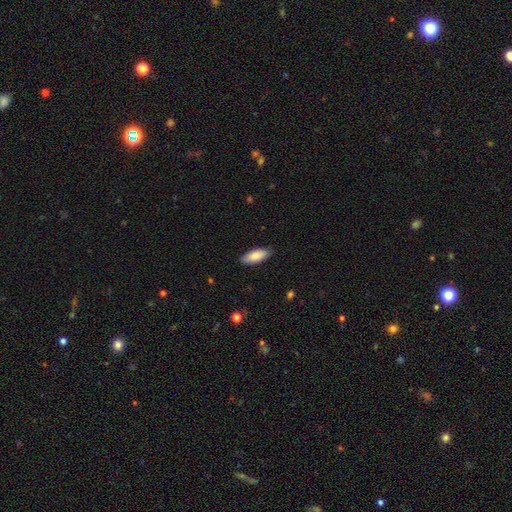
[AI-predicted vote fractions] smooth_or_featured: smooth (p=0.86) [alt: featured or disk p=0.08]
how_rounded: in between (p=0.78) [alt: cigar-shaped p=0.21]
merging: none (p=0.88) [alt: minor disturbance p=0.09]